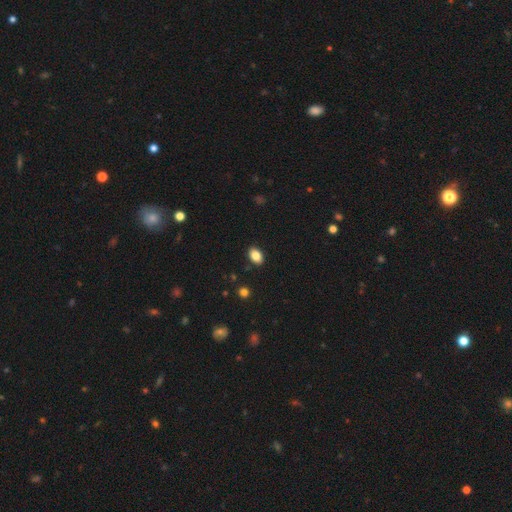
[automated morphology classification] type=smooth (85%); roundness=in between (86%); merging=none (88%).